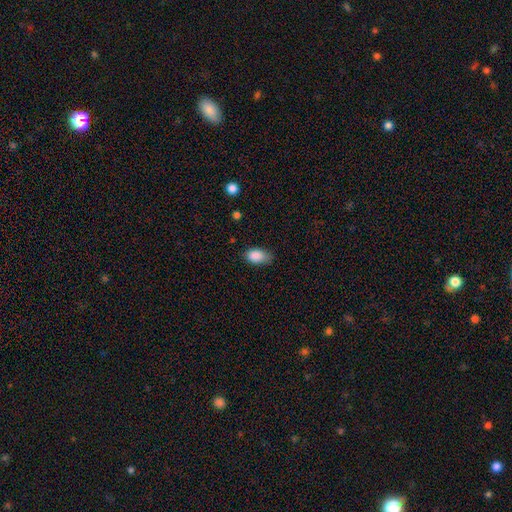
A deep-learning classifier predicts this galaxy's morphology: Smooth or featured: smooth — 87% (star or artifact — 8%)
How rounded: in between — 89% (round — 9%)
Merging: none — 60% (minor disturbance — 32%)